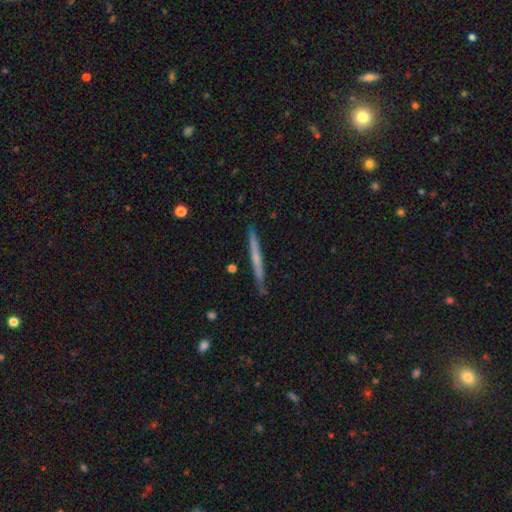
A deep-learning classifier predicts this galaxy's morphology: Smooth or featured?
  - featured or disk: 50% *
  - smooth: 44%
  - star or artifact: 6%
Edge-on disk?
  - yes: 97% *
  - no: 3%
Merging?
  - none: 87% *
  - minor disturbance: 9%
  - merger: 2%
  - major disturbance: 2%